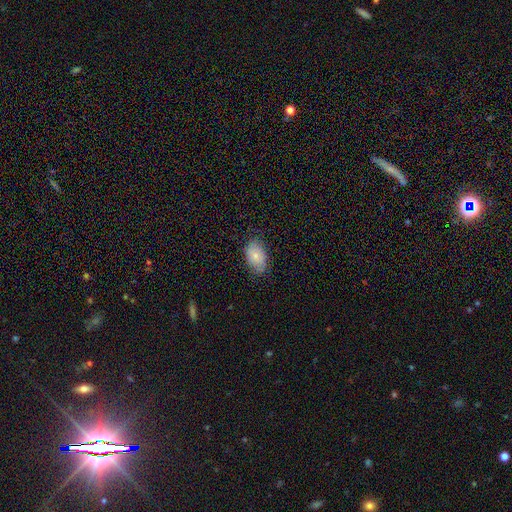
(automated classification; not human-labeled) smooth 77%, featured or disk 15%, star or artifact 8%. Down the decision tree: how rounded — in between (89%); merging — none (73%).